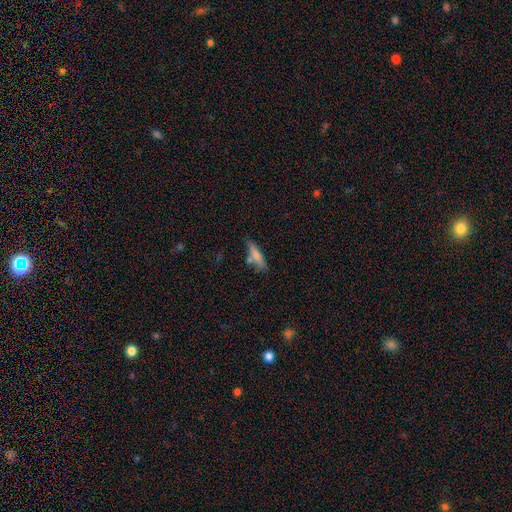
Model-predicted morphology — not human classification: This is likely a smooth galaxy (73%). How rounded: likely cigar-shaped (76%). Merging: likely none (65%).